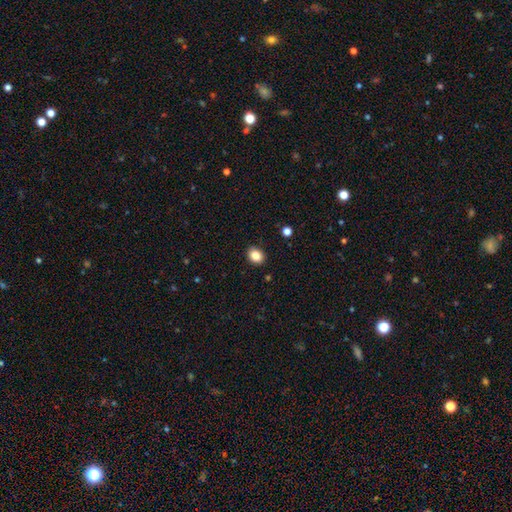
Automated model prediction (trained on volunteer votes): Smooth or featured? Predicted: smooth (p=0.86). How rounded? Predicted: round (p=0.51). Merging? Predicted: none (p=0.89).